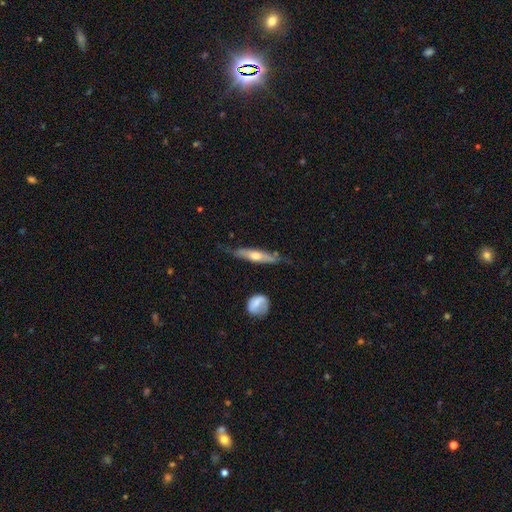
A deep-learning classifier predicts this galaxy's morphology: The model was most divided on "smooth or featured": featured or disk: 56%, smooth: 38%, star or artifact: 6%. More confident: edge-on disk — yes (81%); merging — none (66%).